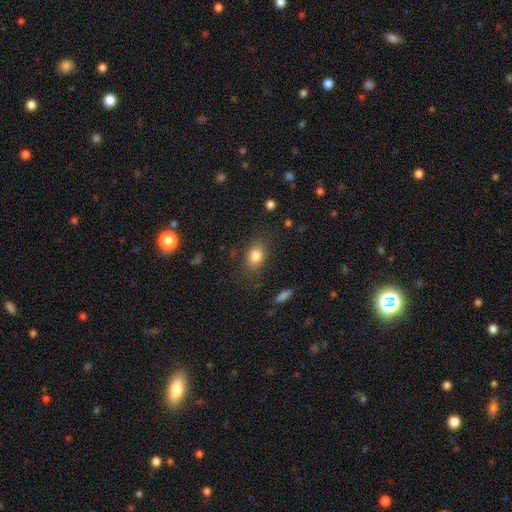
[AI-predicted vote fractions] A smooth galaxy with no disk features (81%) that is in between round and cigar-shaped (73%).

Vote fractions:
- Smooth or featured? smooth: 81% / star or artifact: 10% / featured or disk: 10%
- How rounded? in between: 73% / round: 25% / cigar-shaped: 2%
- Merging? none: 77% / minor disturbance: 15% / major disturbance: 6% / merger: 2%